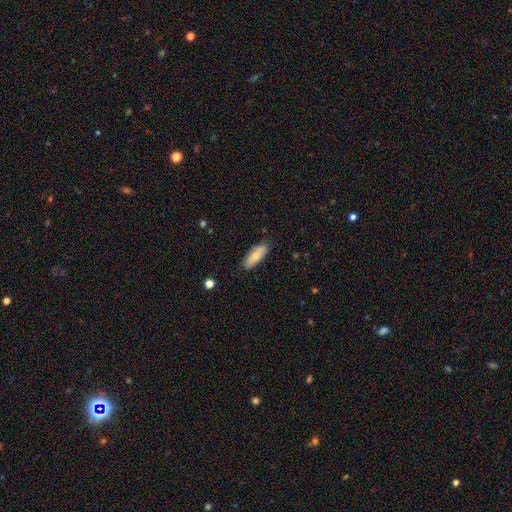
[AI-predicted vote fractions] Smooth or featured? Predicted: smooth (p=0.68). How rounded? Predicted: in between (p=0.69). Merging? Predicted: none (p=0.83).